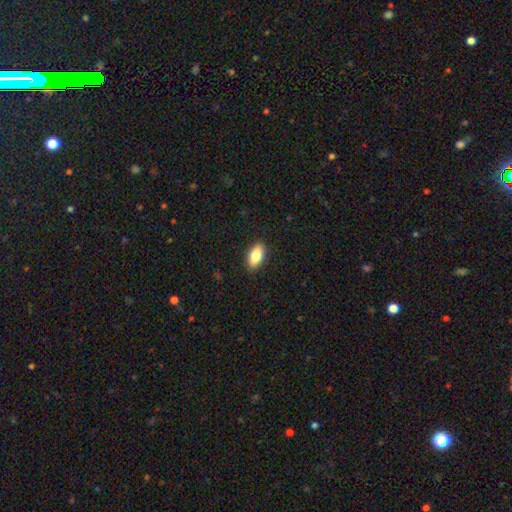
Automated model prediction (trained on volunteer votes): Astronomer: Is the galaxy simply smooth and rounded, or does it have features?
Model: smooth — 83%.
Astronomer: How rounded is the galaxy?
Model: in between — 90%.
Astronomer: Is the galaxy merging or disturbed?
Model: none — 89%.